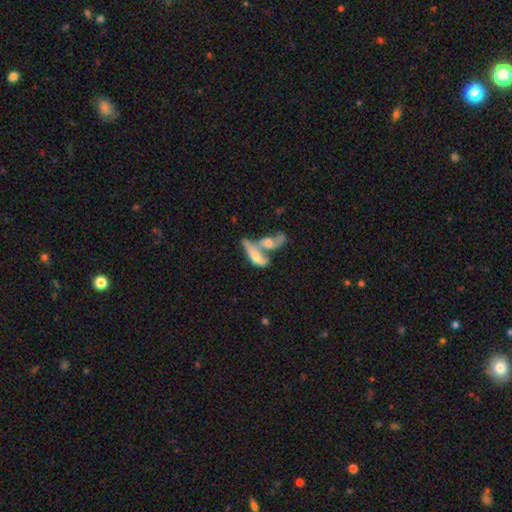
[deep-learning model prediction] Smooth or featured? Predicted: smooth (p=0.48). Merging? Predicted: merger (p=0.71).